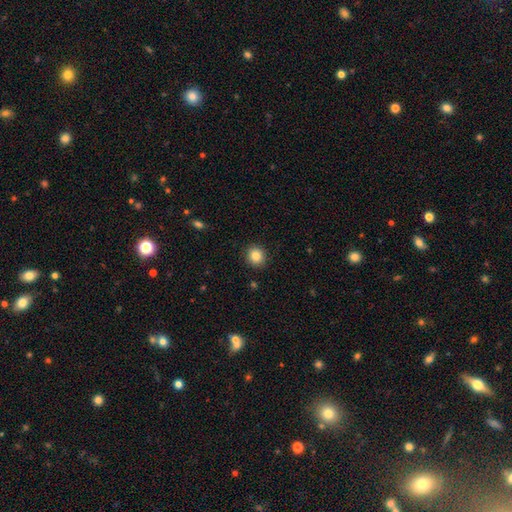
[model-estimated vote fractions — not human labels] smooth 84%, star or artifact 10%, featured or disk 6%. Down the decision tree: how rounded — round (85%); merging — none (91%).